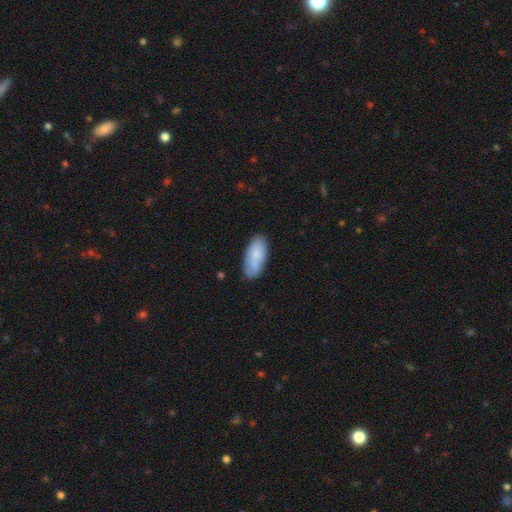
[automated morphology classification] smooth 80%, featured or disk 14%, star or artifact 6%. Down the decision tree: how rounded — in between (90%); merging — none (74%).